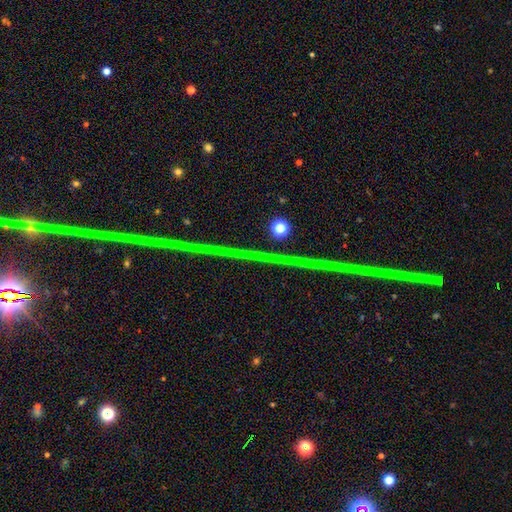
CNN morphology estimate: Smooth or featured? star or artifact (84%)